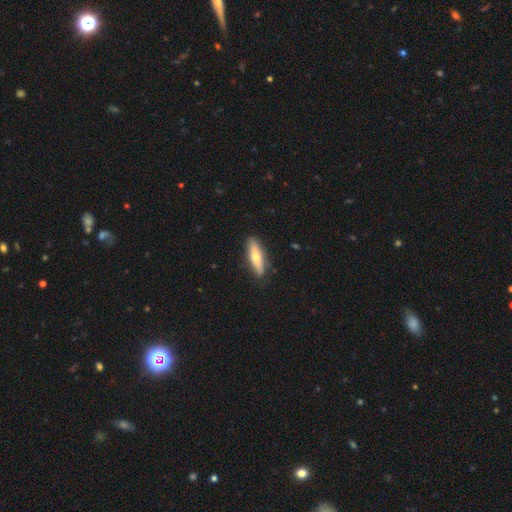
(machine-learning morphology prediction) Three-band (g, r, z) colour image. It shows a smooth galaxy with no disk features (65%) that is cigar-shaped (63%). Merging: none (86%).